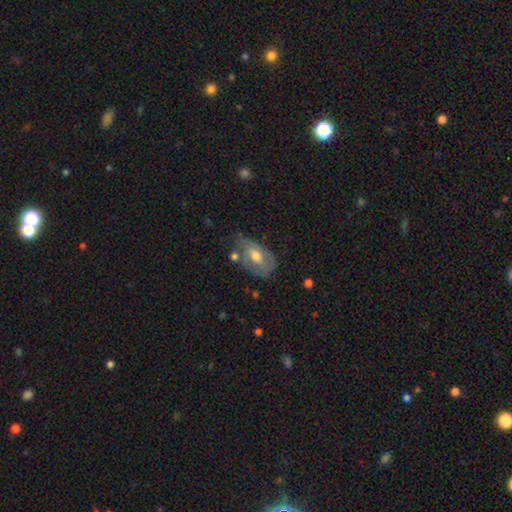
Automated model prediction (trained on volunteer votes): Overall: featured or disk (47%; smooth 45%). Merging: none (45%; minor disturbance 34%).